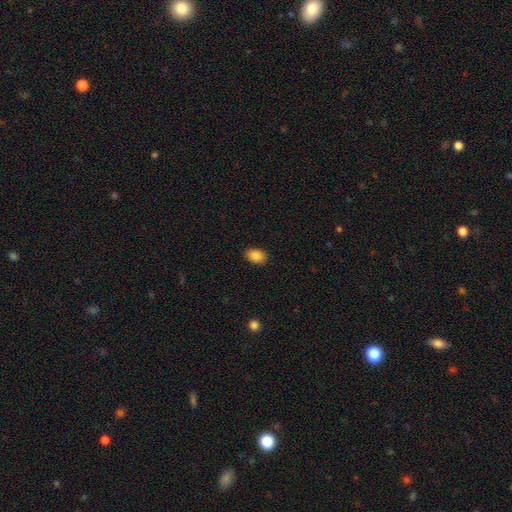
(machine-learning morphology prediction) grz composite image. It shows a smooth galaxy with no disk features (87%) that is in between round and cigar-shaped (84%). Merging: none (88%).